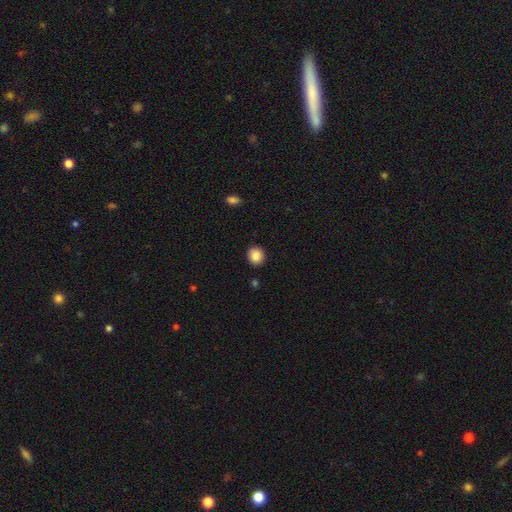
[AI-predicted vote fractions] Smooth or featured?
  - smooth: 88% *
  - star or artifact: 9%
  - featured or disk: 4%
How rounded?
  - round: 79% *
  - in between: 20%
  - cigar-shaped: 1%
Merging?
  - none: 90% *
  - minor disturbance: 7%
  - major disturbance: 2%
  - merger: 1%